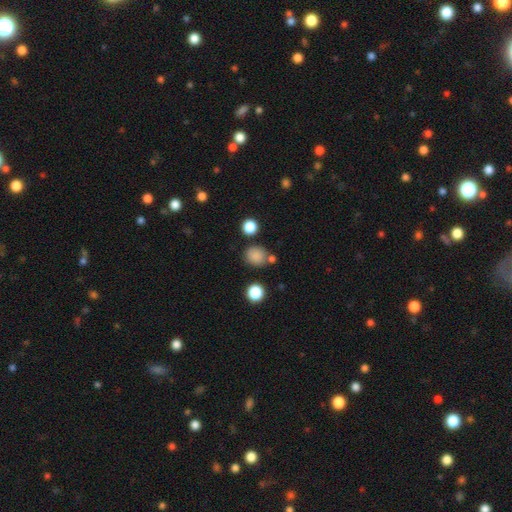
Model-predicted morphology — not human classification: A smooth galaxy with no disk features (83%) that is round (75%).

Vote fractions:
- Smooth or featured? smooth: 83% / star or artifact: 12% / featured or disk: 5%
- How rounded? round: 75% / in between: 24% / cigar-shaped: 1%
- Merging? none: 71% / merger: 13% / minor disturbance: 12% / major disturbance: 4%